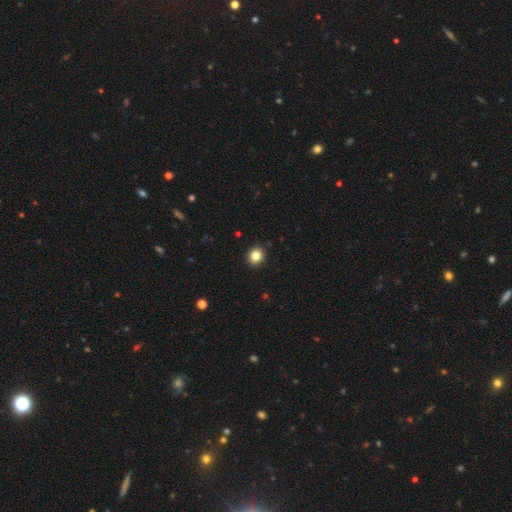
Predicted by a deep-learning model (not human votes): Morphology: type=smooth (84%); roundness=round (87%); merging=none (93%).